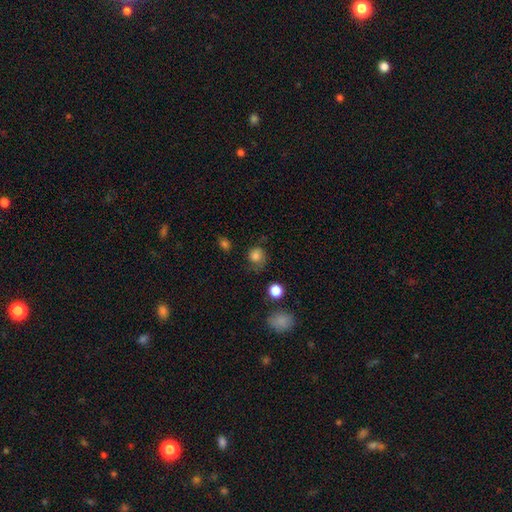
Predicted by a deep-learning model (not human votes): smooth_or_featured: smooth (p=0.76) [alt: featured or disk p=0.12]
how_rounded: round (p=0.75) [alt: in between p=0.24]
merging: none (p=0.55) [alt: minor disturbance p=0.28]